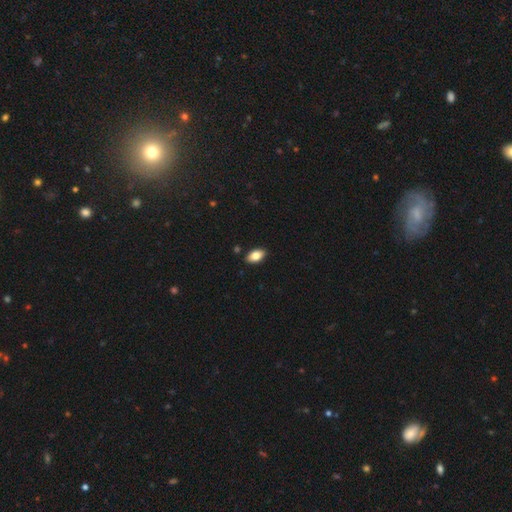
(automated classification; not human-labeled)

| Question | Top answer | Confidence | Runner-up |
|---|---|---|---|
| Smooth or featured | smooth | 82% | featured or disk (10%) |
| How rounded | in between | 93% | round (5%) |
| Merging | none | 89% | minor disturbance (8%) |